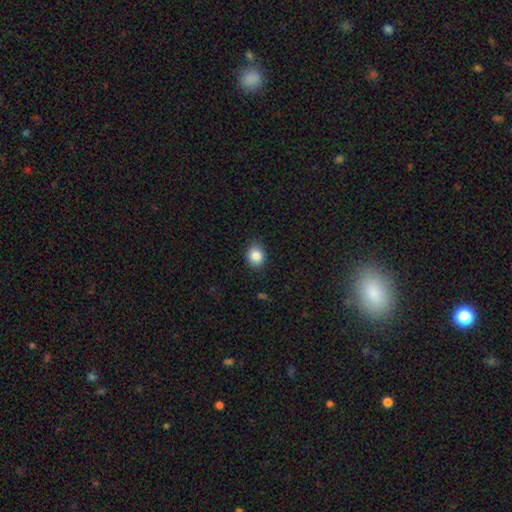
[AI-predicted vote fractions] Smooth or featured?
  - smooth: 86% *
  - star or artifact: 9%
  - featured or disk: 5%
How rounded?
  - round: 66% *
  - in between: 33%
  - cigar-shaped: 1%
Merging?
  - none: 86% *
  - minor disturbance: 11%
  - major disturbance: 2%
  - merger: 1%